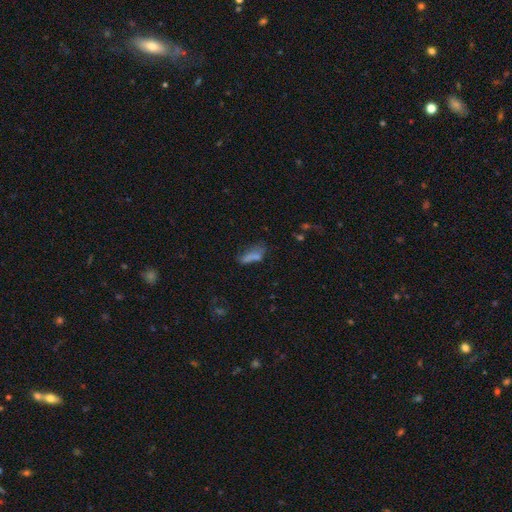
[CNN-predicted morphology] Smooth or featured? Predicted: smooth (p=0.60). How rounded? Predicted: in between (p=0.51). Merging? Predicted: none (p=0.42).